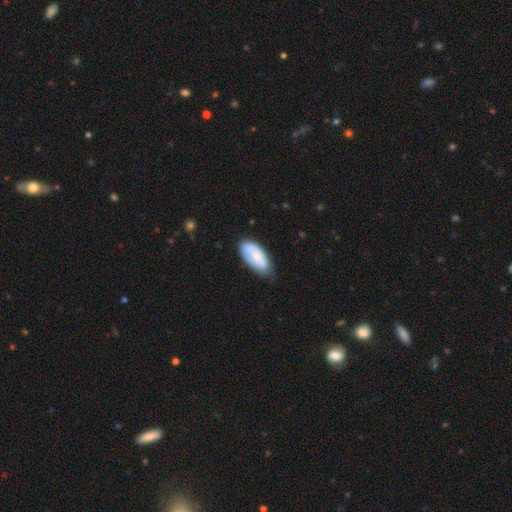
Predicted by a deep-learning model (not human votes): Smooth or featured?
  - smooth: 70% *
  - featured or disk: 24%
  - star or artifact: 6%
How rounded?
  - in between: 91% *
  - cigar-shaped: 7%
  - round: 2%
Merging?
  - none: 61% *
  - minor disturbance: 31%
  - major disturbance: 7%
  - merger: 2%